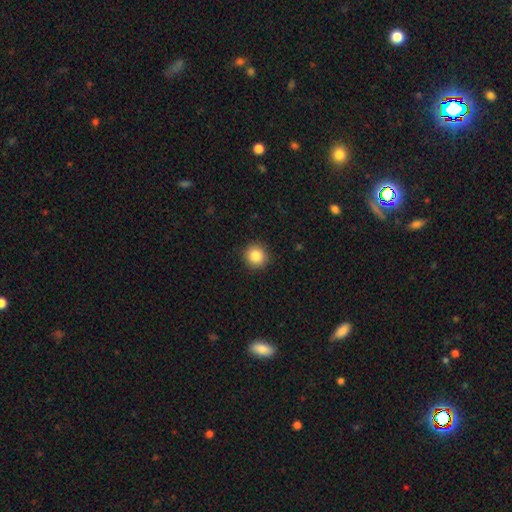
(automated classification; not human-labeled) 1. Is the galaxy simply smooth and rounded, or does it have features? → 85% smooth, 10% star or artifact, 5% featured or disk.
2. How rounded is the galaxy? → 93% round, 6% in between, 1% cigar-shaped.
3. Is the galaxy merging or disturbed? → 92% none, 5% minor disturbance, 2% major disturbance, 1% merger.